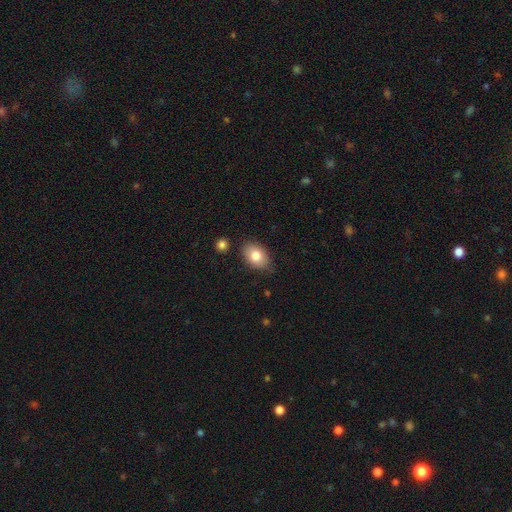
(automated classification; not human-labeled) The model was most divided on "merging": none: 81%, minor disturbance: 13%, major disturbance: 3%, merger: 3%. More confident: how rounded — in between (86%); smooth or featured — smooth (81%).